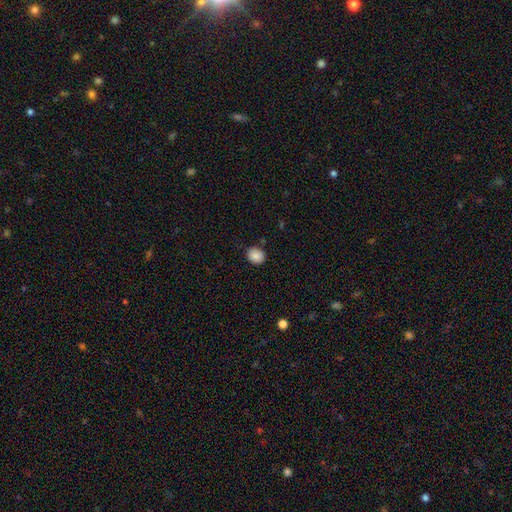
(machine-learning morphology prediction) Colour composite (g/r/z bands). It shows a smooth galaxy with no disk features (88%) that is round (68%). Merging: none (82%).